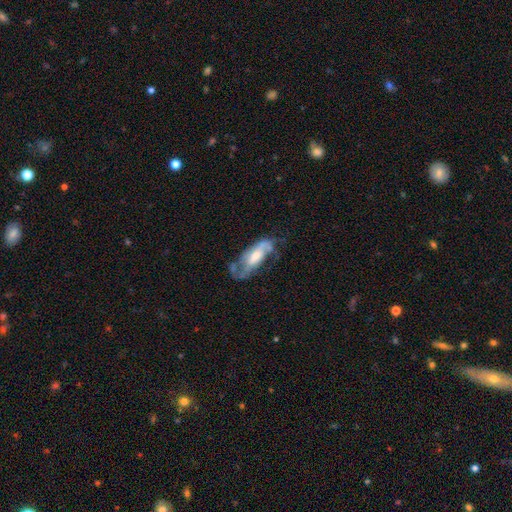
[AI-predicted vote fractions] Smooth or featured?
  - featured or disk: 69% *
  - smooth: 25%
  - star or artifact: 6%
Edge-on disk?
  - no: 87% *
  - yes: 13%
Bar?
  - no: 44% *
  - weak: 38%
  - strong: 18%
Spiral arms?
  - yes: 79% *
  - no: 21%
Bulge size?
  - moderate: 48% *
  - large: 25%
  - small: 18%
  - none: 7%
  - dominant: 2%
Merging?
  - none: 38% *
  - major disturbance: 29%
  - minor disturbance: 27%
  - merger: 5%